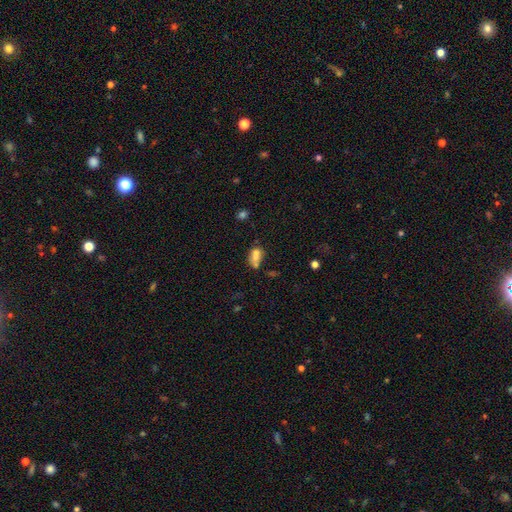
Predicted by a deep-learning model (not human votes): Smooth or featured: smooth — 65% (featured or disk — 21%)
How rounded: in between — 69% (round — 29%)
Merging: merger — 50% (none — 28%)